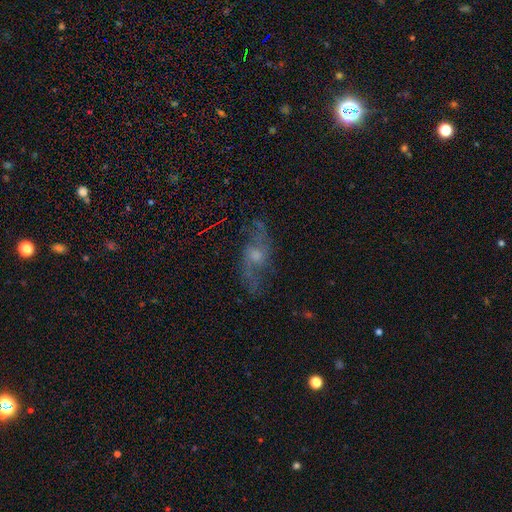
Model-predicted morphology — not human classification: The model was most divided on "bulge size": moderate: 49%, small: 37%, large: 7%, none: 5%, dominant: 2%. More confident: spiral arms — yes (84%); edge-on disk — no (84%); merging — none (71%); smooth or featured — featured or disk (69%); bar — no (68%).